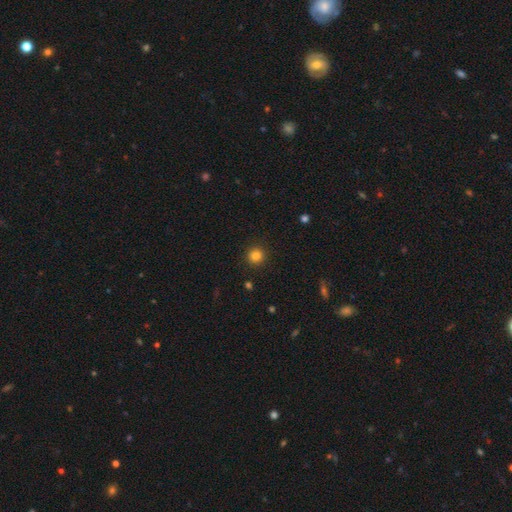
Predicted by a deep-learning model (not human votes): smooth_or_featured: smooth (p=0.84) [alt: star or artifact p=0.12]
how_rounded: round (p=0.94) [alt: in between p=0.05]
merging: none (p=0.92) [alt: minor disturbance p=0.05]